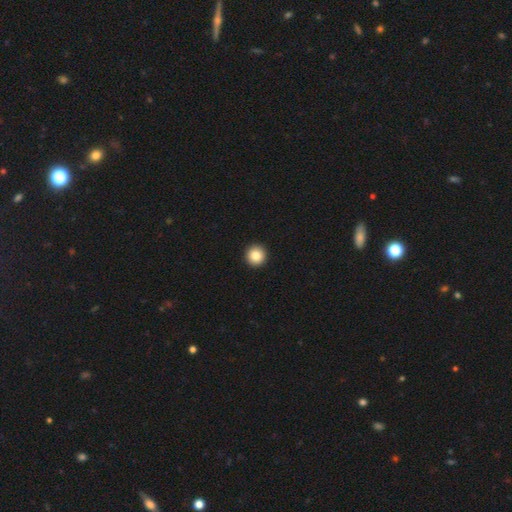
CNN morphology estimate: Smooth or featured?
  - smooth: 85% *
  - star or artifact: 9%
  - featured or disk: 6%
How rounded?
  - round: 95% *
  - in between: 4%
  - cigar-shaped: 1%
Merging?
  - none: 94% *
  - minor disturbance: 4%
  - major disturbance: 1%
  - merger: 1%